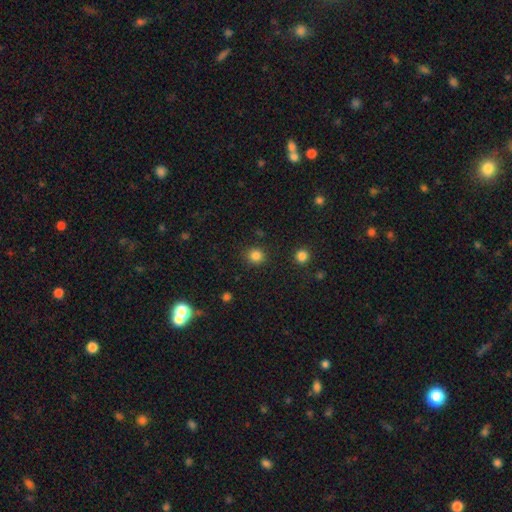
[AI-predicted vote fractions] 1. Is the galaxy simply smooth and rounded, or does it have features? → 84% smooth, 13% star or artifact, 4% featured or disk.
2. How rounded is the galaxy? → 89% round, 10% in between, 1% cigar-shaped.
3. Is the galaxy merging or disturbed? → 89% none, 6% minor disturbance, 3% major disturbance, 2% merger.